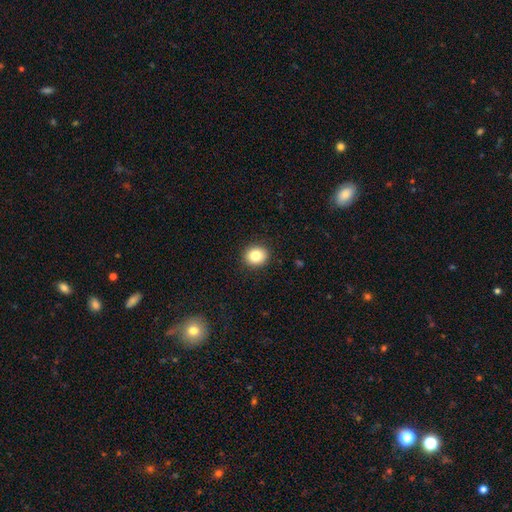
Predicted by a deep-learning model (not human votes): A smooth galaxy with no disk features (83%) that is round (76%).

Vote fractions:
- Smooth or featured? smooth: 83% / star or artifact: 10% / featured or disk: 7%
- How rounded? round: 76% / in between: 23% / cigar-shaped: 1%
- Merging? none: 91% / minor disturbance: 6% / major disturbance: 2% / merger: 1%